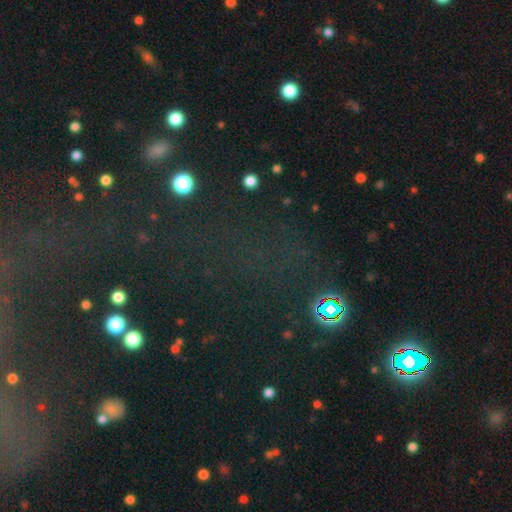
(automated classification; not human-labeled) A star or artifact, not a galaxy (68%).